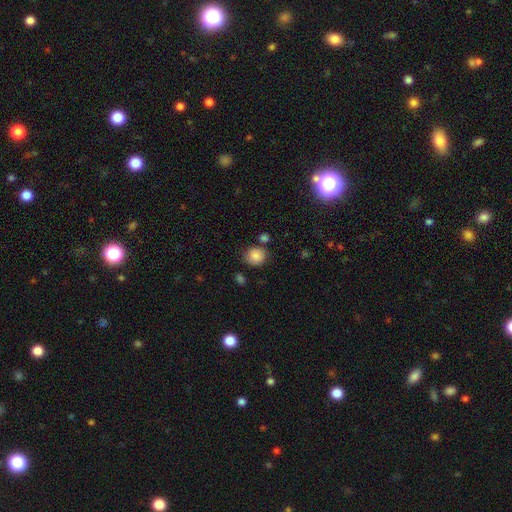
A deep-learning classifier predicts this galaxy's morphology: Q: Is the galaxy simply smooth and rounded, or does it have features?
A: smooth — 86%.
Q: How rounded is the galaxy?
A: round — 77%.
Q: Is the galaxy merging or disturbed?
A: none — 76%.